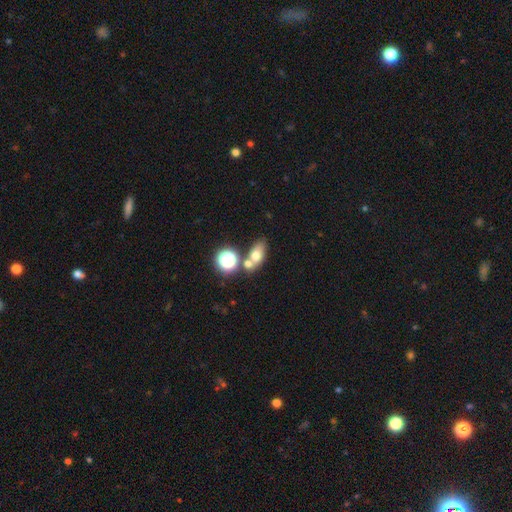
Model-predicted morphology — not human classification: A smooth galaxy with no disk features (65%) that is in between round and cigar-shaped (66%). Merging: none (53%).